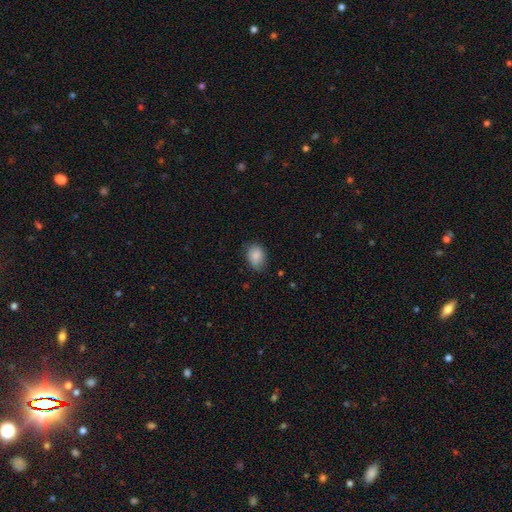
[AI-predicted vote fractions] A smooth galaxy with no disk features (86%) that is in between round and cigar-shaped (74%). Merging: none (72%).